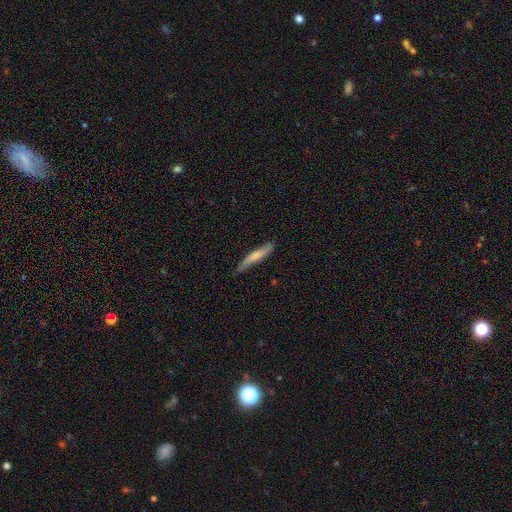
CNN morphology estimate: Overall: smooth (62%; featured or disk 33%). How rounded: cigar-shaped (90%). Merging: none (82%).